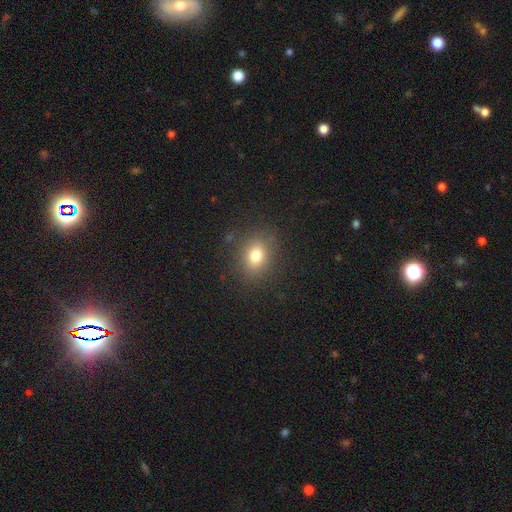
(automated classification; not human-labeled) Smooth or featured? smooth (77%)
How rounded? round (53%)
Merging? none (85%)